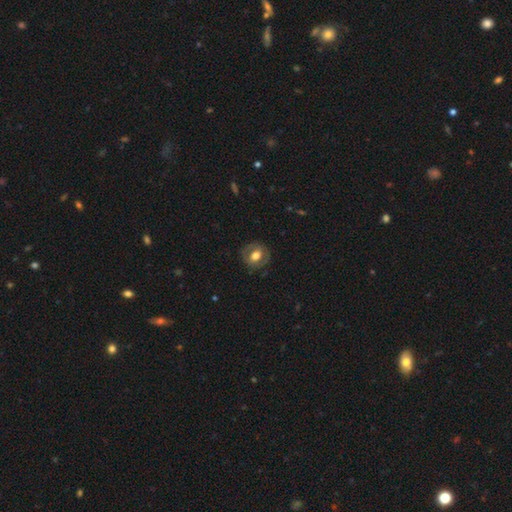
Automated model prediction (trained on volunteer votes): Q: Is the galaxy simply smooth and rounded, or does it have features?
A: smooth — 57%.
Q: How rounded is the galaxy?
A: round — 69%.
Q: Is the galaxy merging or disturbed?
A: none — 81%.